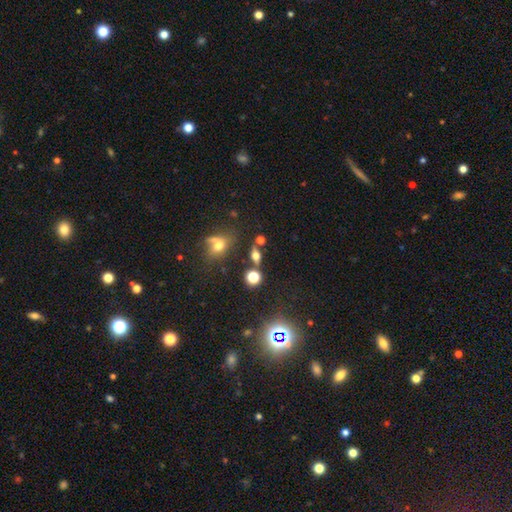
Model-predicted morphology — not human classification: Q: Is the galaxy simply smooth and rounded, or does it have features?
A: smooth — 51%.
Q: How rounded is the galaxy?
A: in between — 59%.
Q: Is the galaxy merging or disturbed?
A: none — 69%.